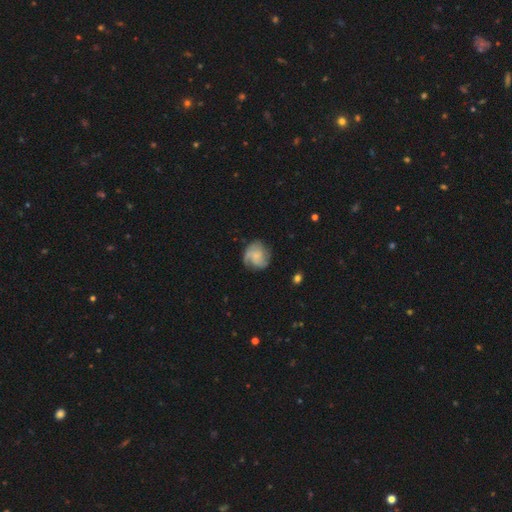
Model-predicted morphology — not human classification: smooth_or_featured: featured or disk (p=0.58) [alt: smooth p=0.34]
disk_edge_on: no (p=0.98) [alt: yes p=0.02]
bar: no (p=0.71) [alt: weak p=0.25]
has_spiral_arms: yes (p=0.90) [alt: no p=0.10]
spiral_winding: medium (p=0.42) [alt: tight p=0.34]
spiral_arm_count: 3 (p=0.31) [alt: 2 p=0.25]
bulge_size: small (p=0.47) [alt: none p=0.31]
merging: none (p=0.65) [alt: minor disturbance p=0.22]